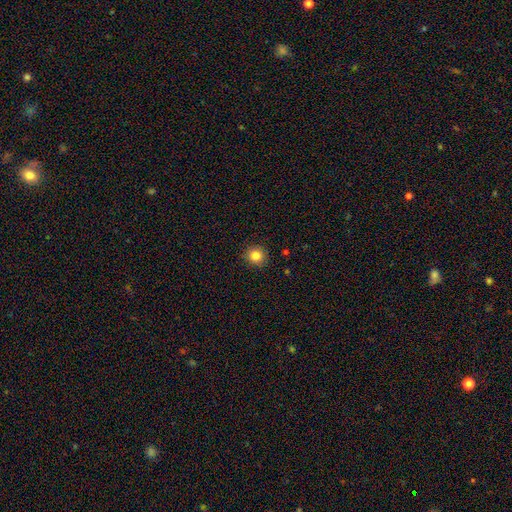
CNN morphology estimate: Smooth or featured? Predicted: smooth (p=0.83). How rounded? Predicted: round (p=0.91). Merging? Predicted: none (p=0.90).